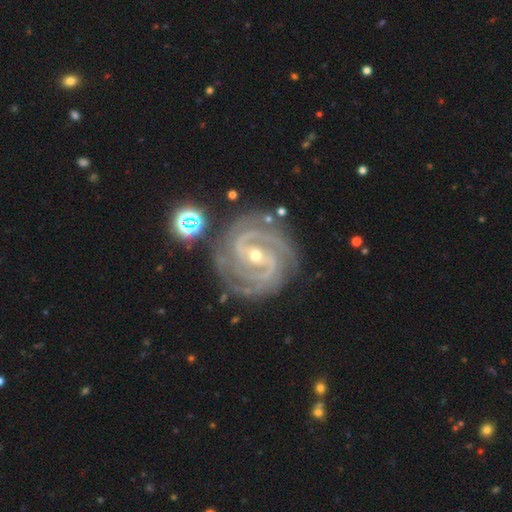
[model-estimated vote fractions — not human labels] smooth-or-featured: featured or disk: 93% | star or artifact: 4% | smooth: 2%
  disk-edge-on: no: 98% | yes: 2%
    bar: weak: 40% | strong: 36% | no: 24%
    has-spiral-arms: yes: 99% | no: 1%
      spiral-winding: tight: 67% | medium: 30% | loose: 3%
      spiral-arm-count: 2: 55% | 3: 24% | 4: 7% | can't tell: 7% | more than 4: 4% | 1: 4%
    bulge-size: small: 63% | moderate: 35% | large: 1% | none: 1% | dominant: 1%
  merging: none: 78% | minor disturbance: 15% | major disturbance: 5% | merger: 3%